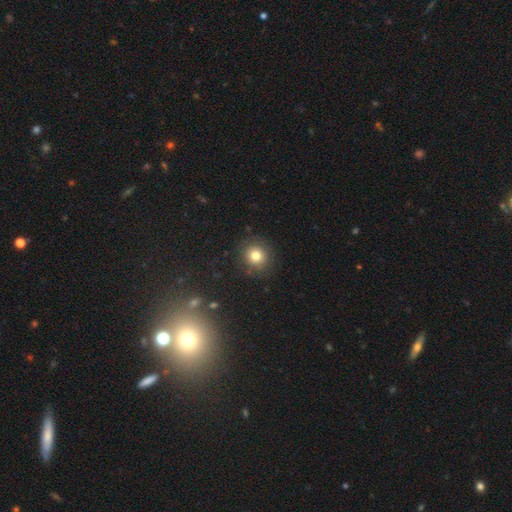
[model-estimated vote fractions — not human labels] Smooth or featured?
  - smooth: 78% *
  - star or artifact: 13%
  - featured or disk: 9%
How rounded?
  - round: 88% *
  - in between: 12%
  - cigar-shaped: 1%
Merging?
  - none: 87% *
  - minor disturbance: 8%
  - major disturbance: 3%
  - merger: 1%